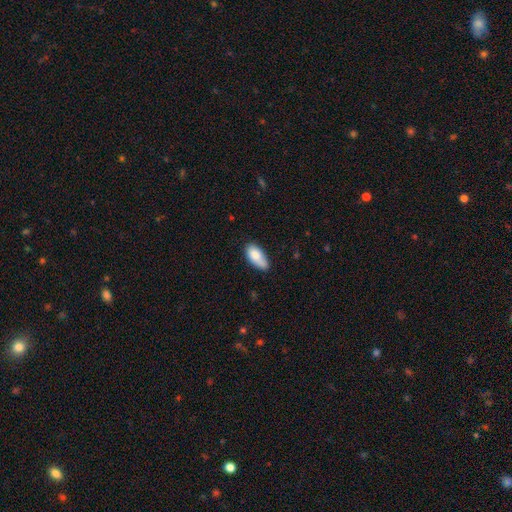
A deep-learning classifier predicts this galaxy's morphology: Smooth or featured: smooth — 83% (featured or disk — 11%)
How rounded: in between — 91% (cigar-shaped — 7%)
Merging: none — 58% (minor disturbance — 31%)